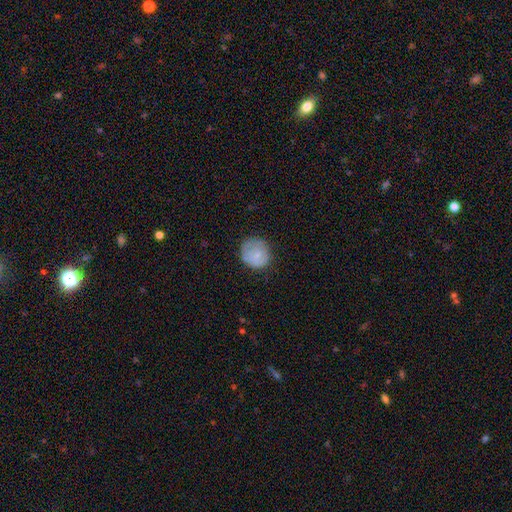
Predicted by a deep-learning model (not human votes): smooth_or_featured: smooth (p=0.75) [alt: featured or disk p=0.18]
how_rounded: round (p=0.82) [alt: in between p=0.17]
merging: none (p=0.70) [alt: minor disturbance p=0.22]